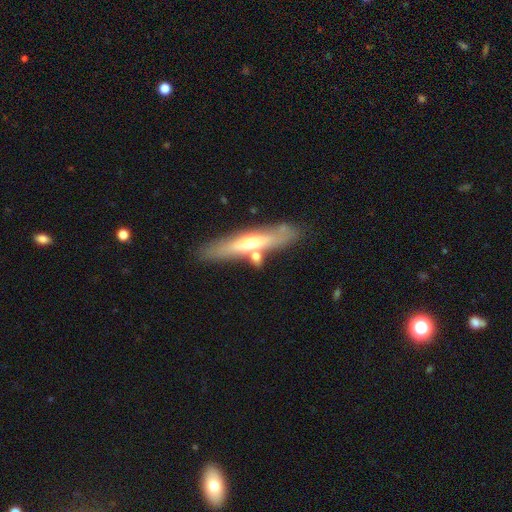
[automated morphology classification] Smooth or featured: featured or disk — 51% (smooth — 42%)
Edge-on disk: yes — 75% (no — 25%)
Merging: none — 63% (merger — 19%)